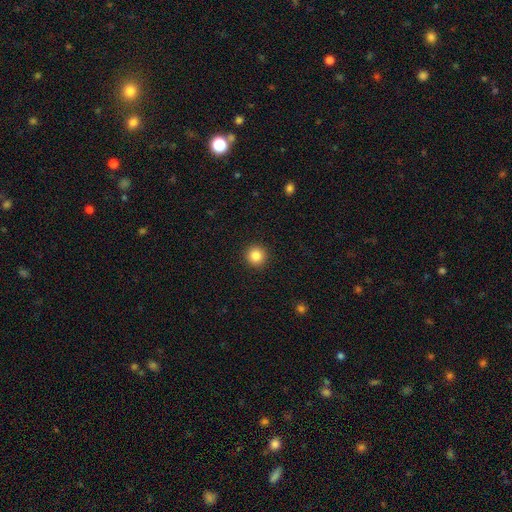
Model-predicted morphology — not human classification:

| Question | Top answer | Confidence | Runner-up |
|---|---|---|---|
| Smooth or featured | smooth | 86% | star or artifact (10%) |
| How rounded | round | 95% | in between (4%) |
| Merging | none | 93% | minor disturbance (4%) |